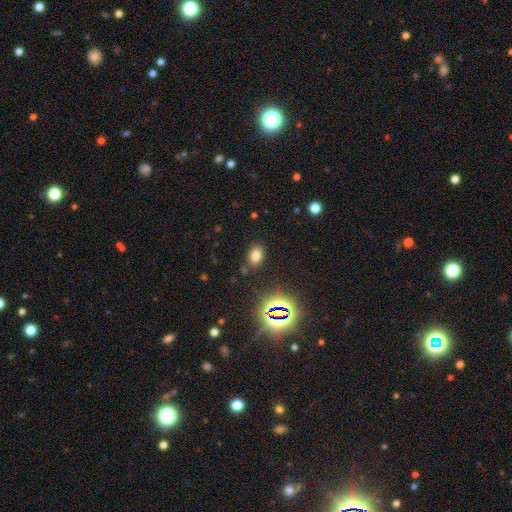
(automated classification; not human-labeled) Smooth or featured? smooth (71%)
How rounded? in between (80%)
Merging? none (83%)